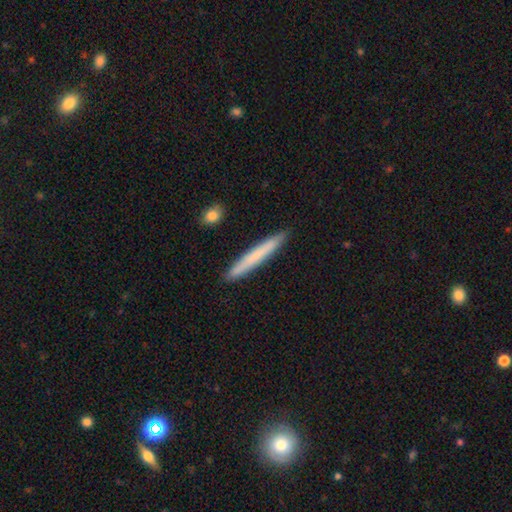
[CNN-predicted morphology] smooth_or_featured: smooth (p=0.70) [alt: featured or disk p=0.25]
how_rounded: cigar-shaped (p=0.97) [alt: in between p=0.02]
merging: none (p=0.91) [alt: minor disturbance p=0.06]